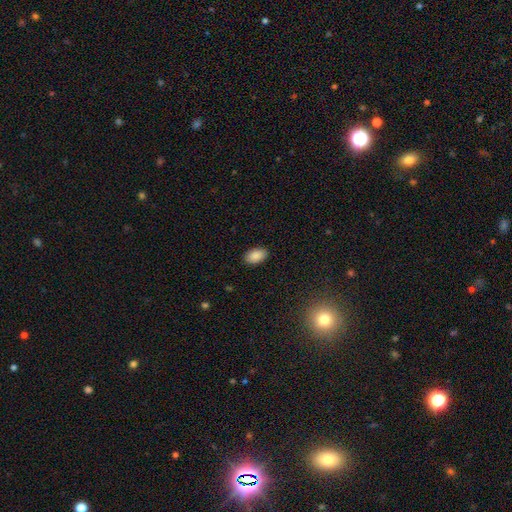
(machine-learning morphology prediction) Smooth or featured? Predicted: smooth (p=0.89). How rounded? Predicted: in between (p=0.93). Merging? Predicted: none (p=0.89).